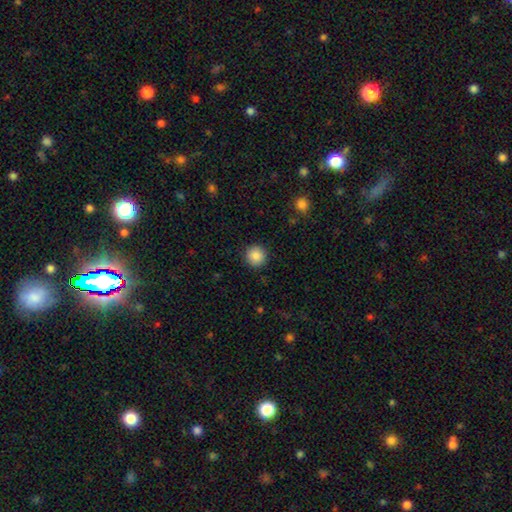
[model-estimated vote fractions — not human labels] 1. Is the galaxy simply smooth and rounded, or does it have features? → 87% smooth, 9% star or artifact, 4% featured or disk.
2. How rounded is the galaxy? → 94% round, 5% in between, 1% cigar-shaped.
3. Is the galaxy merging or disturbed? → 92% none, 5% minor disturbance, 2% major disturbance, 1% merger.